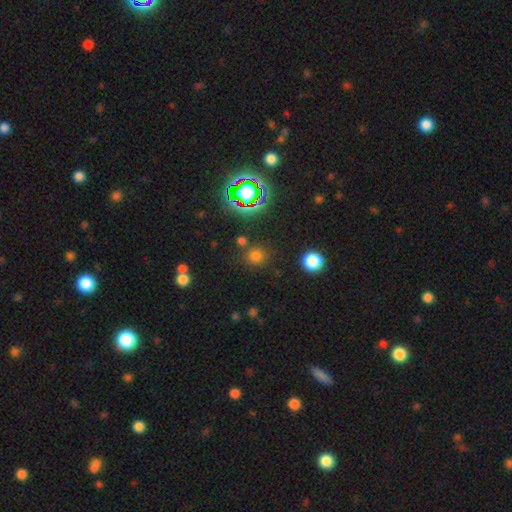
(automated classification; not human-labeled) A smooth galaxy with no disk features (65%) that is round (89%). Merging: none (82%).